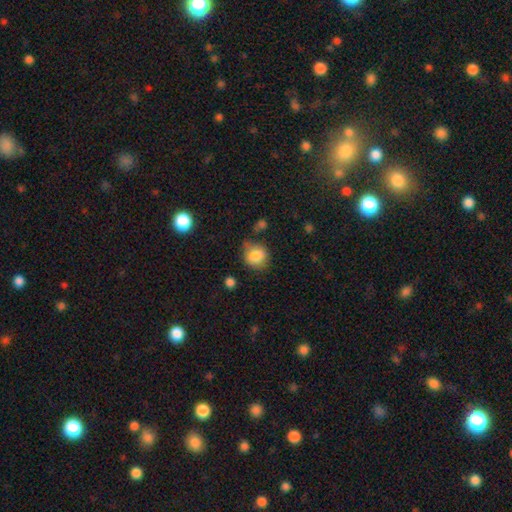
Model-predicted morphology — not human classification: type=smooth (82%); roundness=round (75%); merging=none (67%).